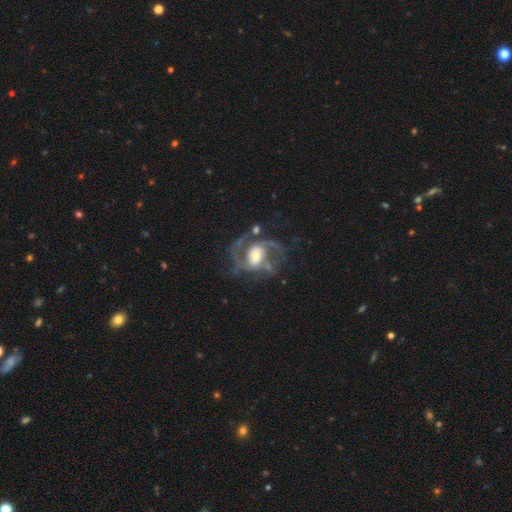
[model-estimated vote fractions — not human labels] featured or disk 88%, smooth 6%, star or artifact 5%. Down the decision tree: edge-on disk — no (98%); bar — no (46%); spiral arms — yes (96%); spiral arm count — 2 (75%); spiral winding — medium (57%); bulge size — moderate (52%); merging — none (57%).